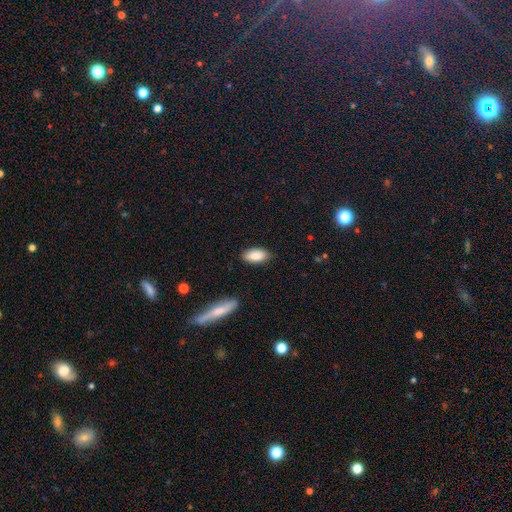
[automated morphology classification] Smooth or featured: smooth — 87% (featured or disk — 7%)
How rounded: in between — 90% (cigar-shaped — 8%)
Merging: none — 84% (minor disturbance — 12%)